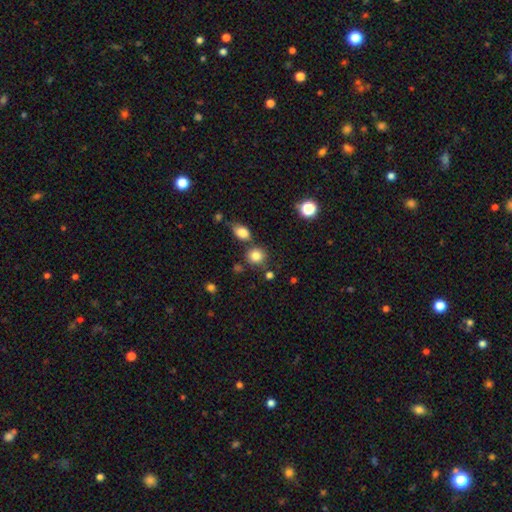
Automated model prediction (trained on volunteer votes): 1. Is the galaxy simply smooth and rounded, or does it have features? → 82% smooth, 11% star or artifact, 6% featured or disk.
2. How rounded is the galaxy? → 82% round, 17% in between, 1% cigar-shaped.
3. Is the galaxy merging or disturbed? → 73% none, 13% merger, 11% minor disturbance, 4% major disturbance.